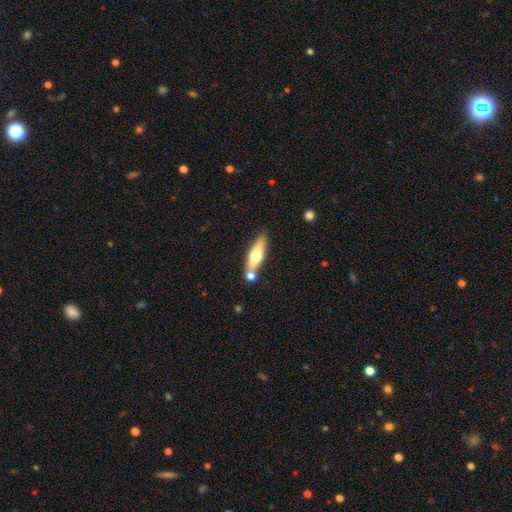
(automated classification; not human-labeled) The model was most divided on "smooth or featured": smooth: 53%, featured or disk: 42%, star or artifact: 5%. More confident: merging — none (66%); how rounded — cigar-shaped (58%).